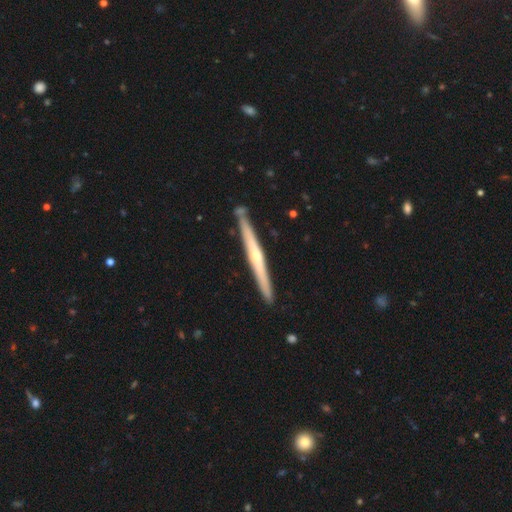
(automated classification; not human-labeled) Overall: featured or disk (68%). Edge-on disk: yes (97%). Edge-on bulge: rounded (62%; none 34%). Merging: none (87%).